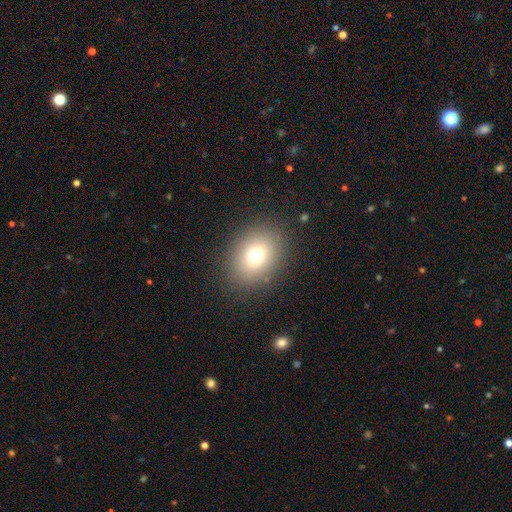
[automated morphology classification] smooth-or-featured: smooth: 74% | star or artifact: 13% | featured or disk: 13%
  how-rounded: in between: 56% | round: 43% | cigar-shaped: 1%
  merging: none: 86% | minor disturbance: 9% | major disturbance: 4% | merger: 1%